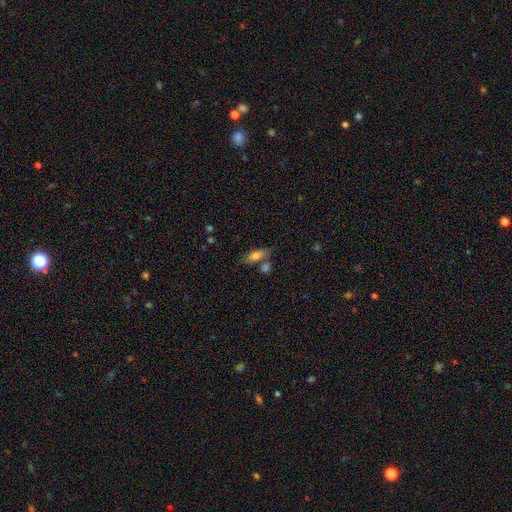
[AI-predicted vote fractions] Smooth or featured? Predicted: smooth (p=0.73). How rounded? Predicted: in between (p=0.68). Merging? Predicted: none (p=0.66).